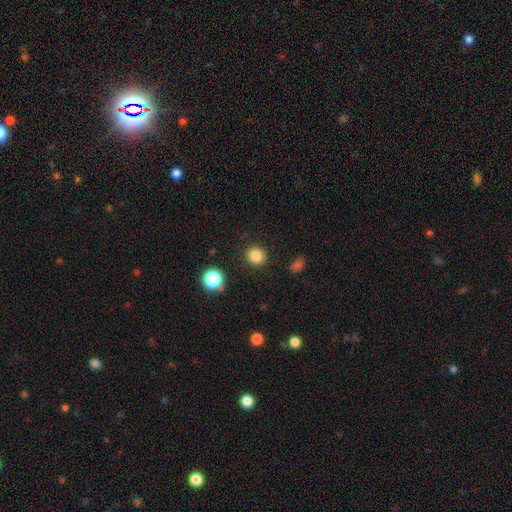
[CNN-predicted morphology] Smooth or featured: smooth — 84% (star or artifact — 12%)
How rounded: round — 90% (in between — 9%)
Merging: none — 89% (minor disturbance — 6%)